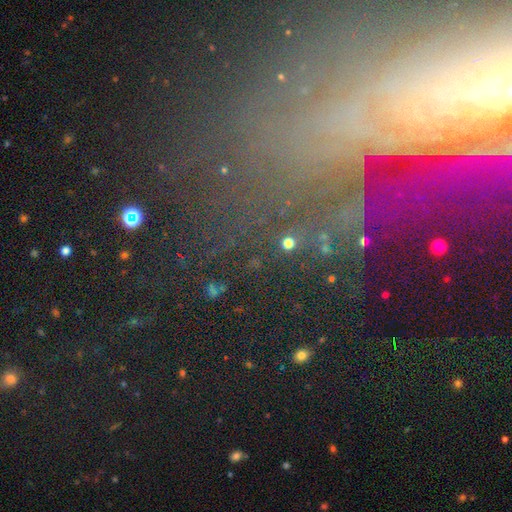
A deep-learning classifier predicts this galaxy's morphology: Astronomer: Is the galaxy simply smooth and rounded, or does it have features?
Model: star or artifact — 48% (runner-up: featured or disk, 31%).